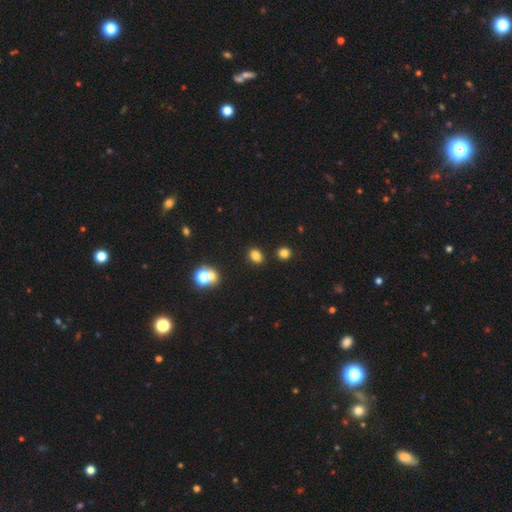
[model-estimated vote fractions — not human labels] This appears to be a smooth galaxy with no disk features (81%) that is in between round and cigar-shaped (68%). Merging: none (83%).